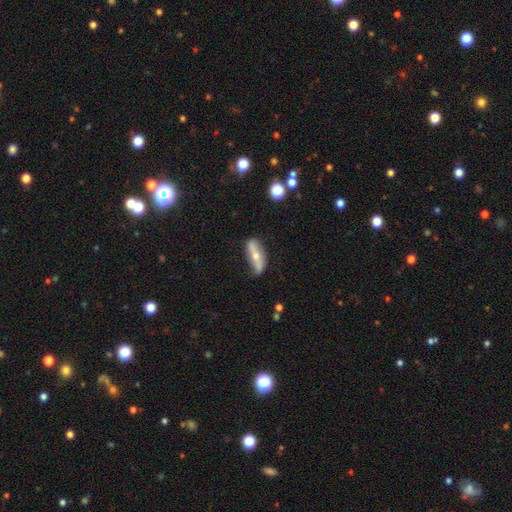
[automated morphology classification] This appears to be a featured or disk galaxy (53%) viewed edge-on (52%). Merging: none (64%).